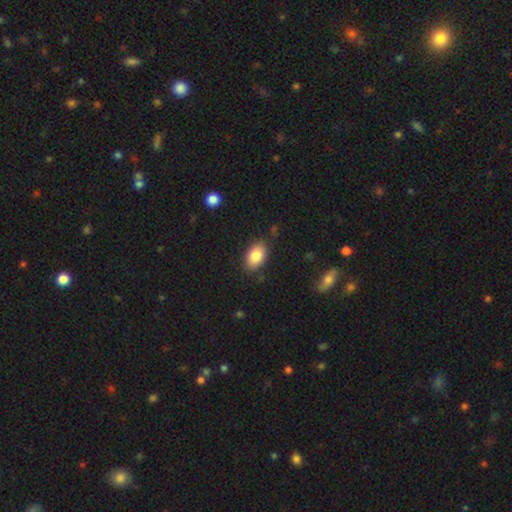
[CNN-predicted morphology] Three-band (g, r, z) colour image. It shows a smooth galaxy with no disk features (84%) that is in between round and cigar-shaped (90%). Merging: none (83%).